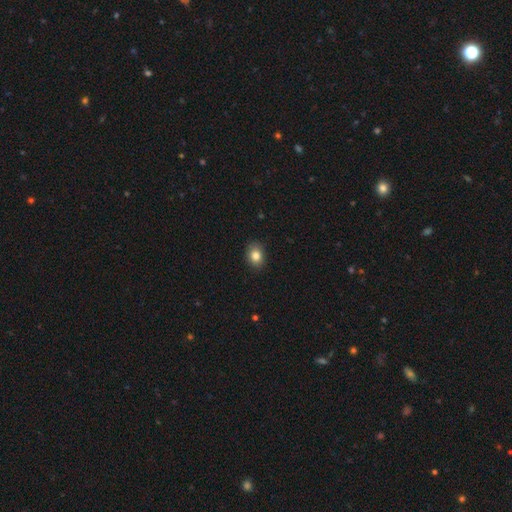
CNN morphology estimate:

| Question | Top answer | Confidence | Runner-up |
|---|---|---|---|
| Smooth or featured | smooth | 84% | star or artifact (10%) |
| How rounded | in between | 56% | round (43%) |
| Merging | none | 88% | minor disturbance (9%) |